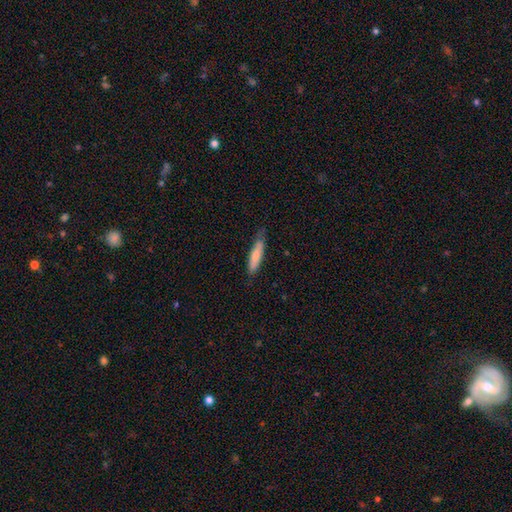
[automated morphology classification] Smooth or featured? smooth (75%)
How rounded? cigar-shaped (79%)
Merging? none (72%)